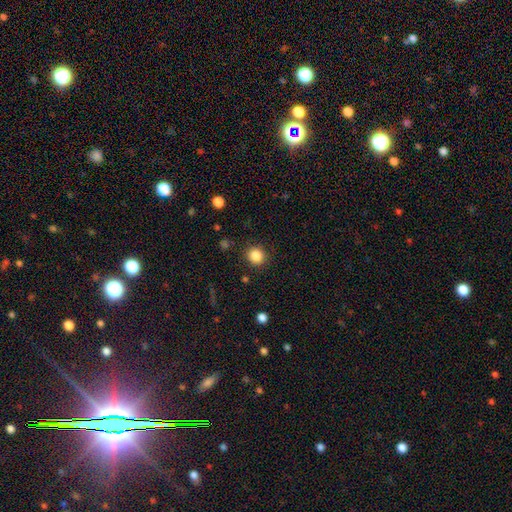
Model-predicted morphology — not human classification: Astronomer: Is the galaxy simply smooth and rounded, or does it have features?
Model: smooth — 85%.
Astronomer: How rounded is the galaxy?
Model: round — 91%.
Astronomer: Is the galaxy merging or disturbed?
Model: none — 89%.